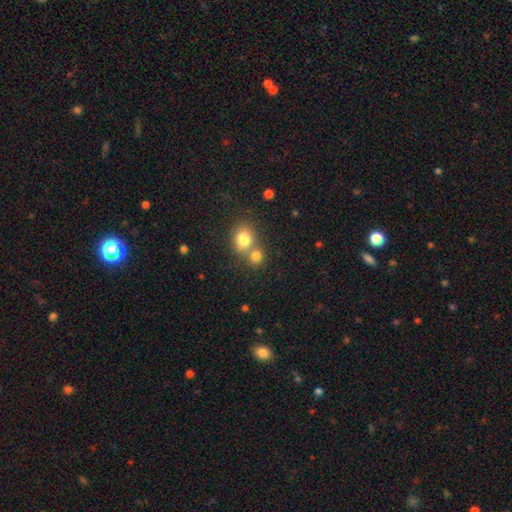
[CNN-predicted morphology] type=smooth (79%); roundness=round (73%); merging=merger (47%).